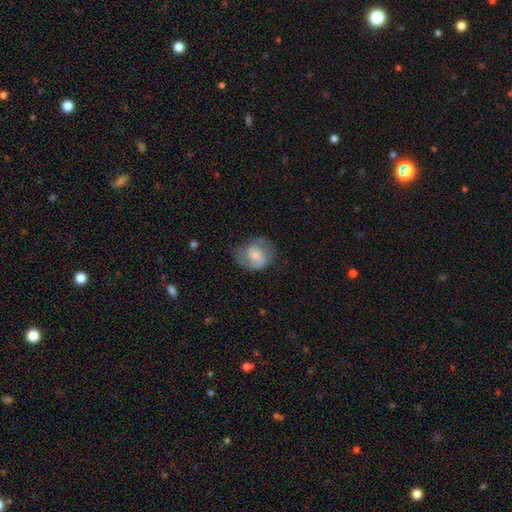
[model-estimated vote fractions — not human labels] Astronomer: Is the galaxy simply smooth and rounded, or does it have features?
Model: featured or disk — 54% (runner-up: smooth, 39%).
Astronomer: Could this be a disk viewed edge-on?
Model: no — 98%.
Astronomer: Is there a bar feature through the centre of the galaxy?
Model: weak — 45% (runner-up: no, 43%).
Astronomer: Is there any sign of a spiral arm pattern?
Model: yes — 85%.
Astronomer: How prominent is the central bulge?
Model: small — 44% (runner-up: moderate, 41%).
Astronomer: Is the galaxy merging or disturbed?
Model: none — 62%.